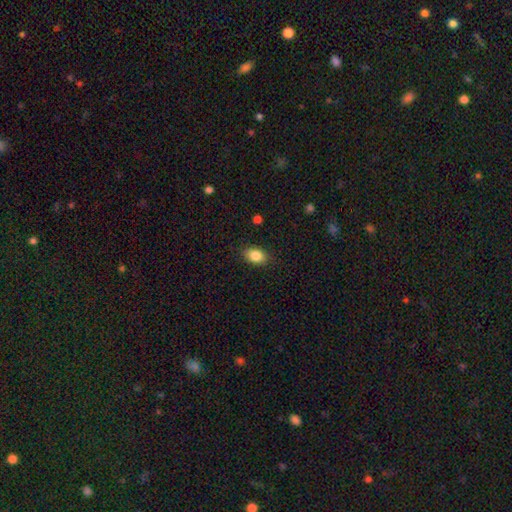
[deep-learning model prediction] Smooth or featured?
  - smooth: 85% *
  - star or artifact: 8%
  - featured or disk: 6%
How rounded?
  - in between: 83% *
  - round: 15%
  - cigar-shaped: 2%
Merging?
  - none: 86% *
  - minor disturbance: 10%
  - major disturbance: 3%
  - merger: 1%